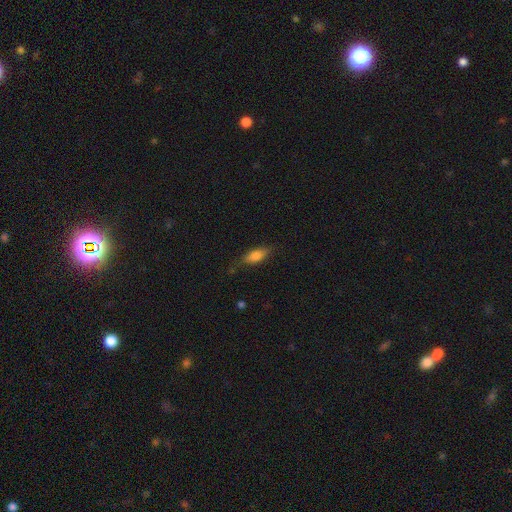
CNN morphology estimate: Overall: smooth (74%). How rounded: in between (72%). Merging: none (70%).